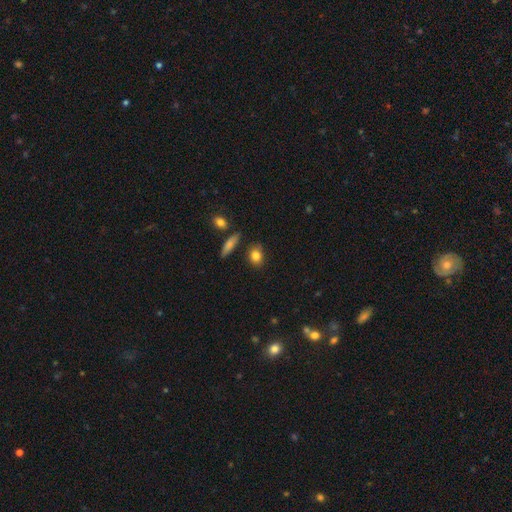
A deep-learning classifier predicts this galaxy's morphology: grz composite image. It shows a smooth galaxy with no disk features (83%) that is in between round and cigar-shaped (56%). Merging: none (80%).